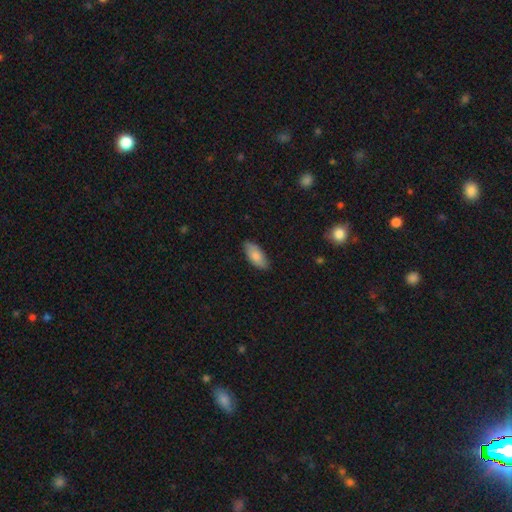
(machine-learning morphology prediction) Q: Smooth or featured?
A: smooth (81%); runner-up: featured or disk (13%)
Q: How rounded?
A: in between (88%); runner-up: cigar-shaped (10%)
Q: Merging?
A: none (82%); runner-up: minor disturbance (15%)